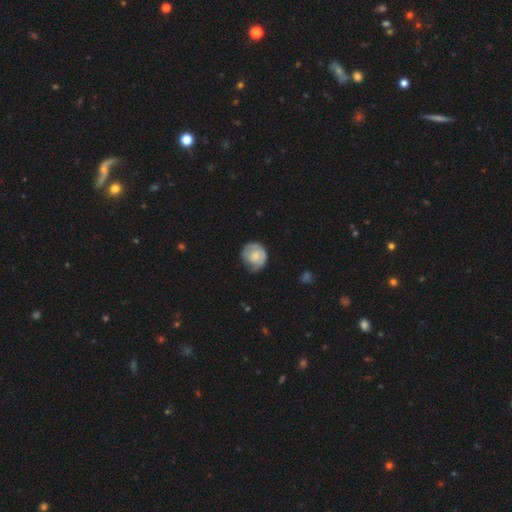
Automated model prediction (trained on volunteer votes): smooth 54%, featured or disk 40%, star or artifact 6%. Down the decision tree: how rounded — round (84%); merging — none (61%).